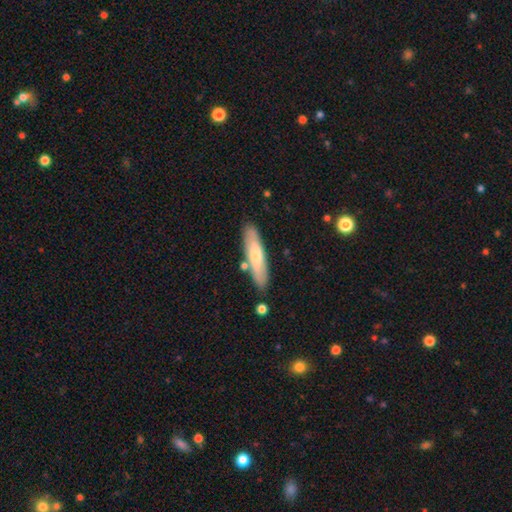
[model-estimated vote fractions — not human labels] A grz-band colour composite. It shows a smooth galaxy with no disk features (66%) that is cigar-shaped (75%). Merging: none (82%).